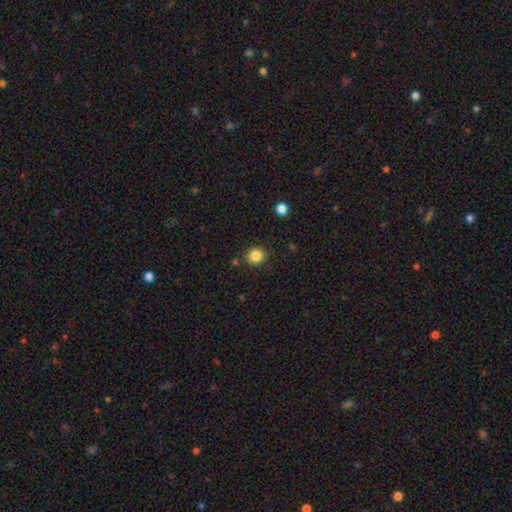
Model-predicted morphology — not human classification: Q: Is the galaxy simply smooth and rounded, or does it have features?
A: smooth — 84%.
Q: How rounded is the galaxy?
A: round — 84%.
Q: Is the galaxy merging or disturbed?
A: none — 87%.